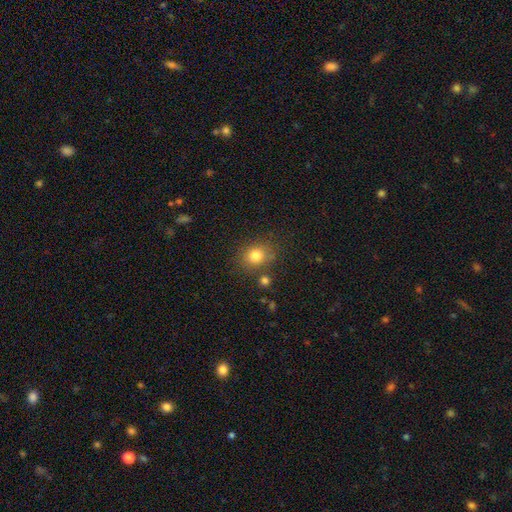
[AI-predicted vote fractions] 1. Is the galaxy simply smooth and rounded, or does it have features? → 80% smooth, 12% star or artifact, 8% featured or disk.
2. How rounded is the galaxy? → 69% round, 30% in between, 1% cigar-shaped.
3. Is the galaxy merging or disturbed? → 74% none, 14% minor disturbance, 7% merger, 5% major disturbance.